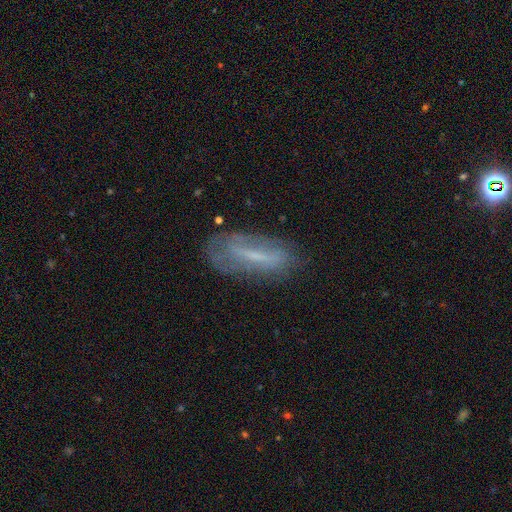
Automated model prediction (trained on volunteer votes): smooth_or_featured: featured or disk (p=0.54) [alt: smooth p=0.37]
disk_edge_on: no (p=0.73) [alt: yes p=0.27]
merging: none (p=0.63) [alt: minor disturbance p=0.24]